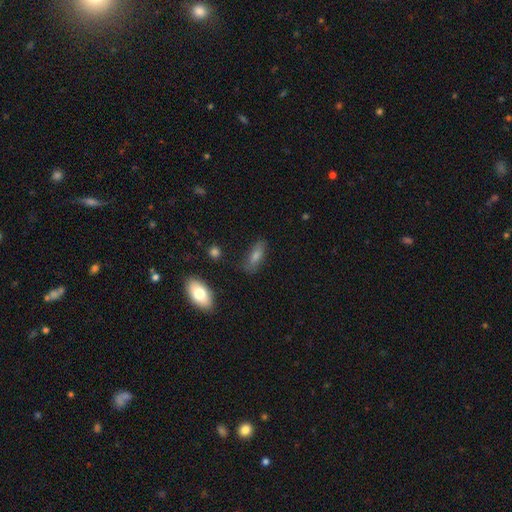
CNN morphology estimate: smooth-or-featured: smooth: 67% | featured or disk: 22% | star or artifact: 11%
  how-rounded: in between: 69% | cigar-shaped: 27% | round: 4%
  merging: none: 75% | minor disturbance: 18% | major disturbance: 5% | merger: 3%